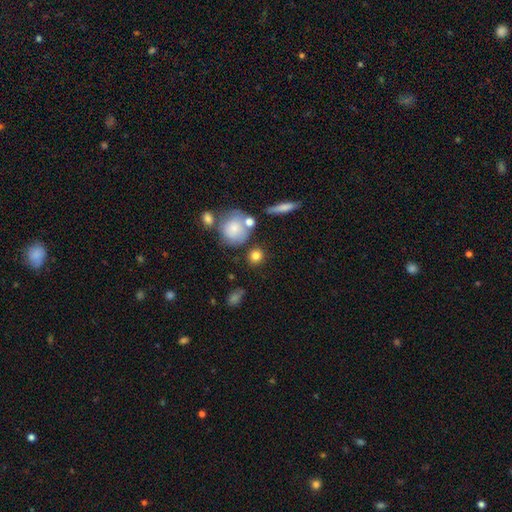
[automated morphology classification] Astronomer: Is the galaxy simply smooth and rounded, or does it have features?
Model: smooth — 80%.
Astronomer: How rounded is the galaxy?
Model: round — 80%.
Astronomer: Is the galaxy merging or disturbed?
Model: none — 72%.